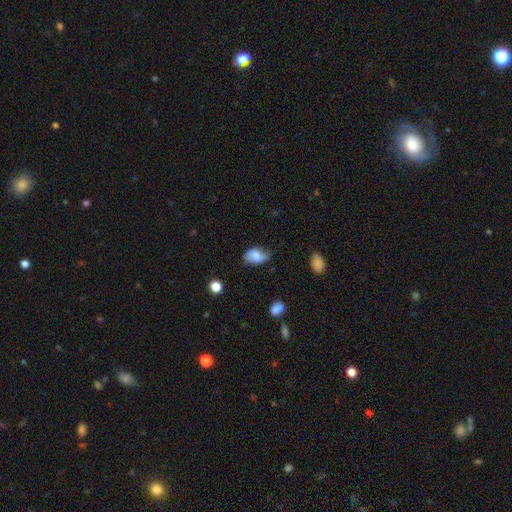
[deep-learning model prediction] Smooth or featured?
  - smooth: 72% *
  - featured or disk: 20%
  - star or artifact: 8%
How rounded?
  - in between: 88% *
  - round: 10%
  - cigar-shaped: 2%
Merging?
  - none: 55% *
  - minor disturbance: 34%
  - major disturbance: 8%
  - merger: 2%